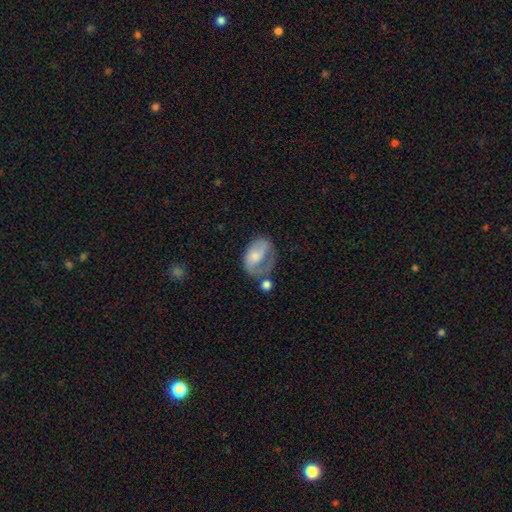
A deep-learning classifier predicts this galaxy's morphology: Smooth or featured? featured or disk (47%)
Merging? major disturbance (33%)